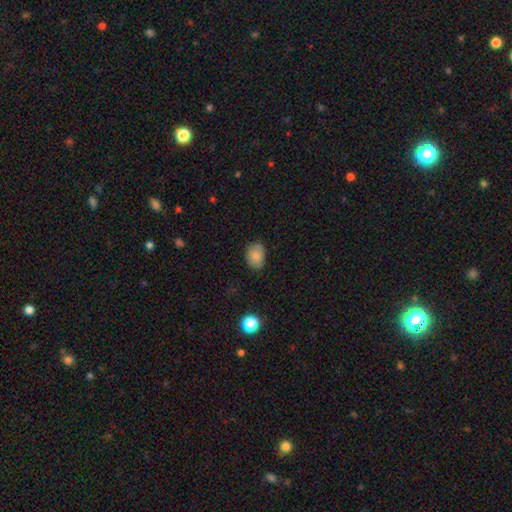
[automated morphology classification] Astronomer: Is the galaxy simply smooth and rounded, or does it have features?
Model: smooth — 82%.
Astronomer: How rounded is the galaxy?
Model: in between — 74%.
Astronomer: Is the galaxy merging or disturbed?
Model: none — 79%.